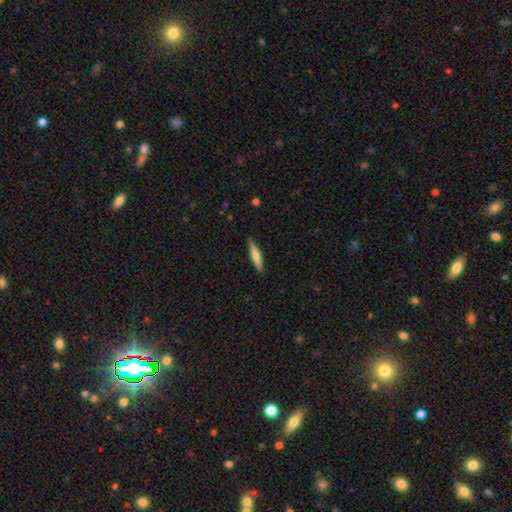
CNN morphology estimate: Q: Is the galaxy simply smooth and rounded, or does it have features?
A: smooth — 70%.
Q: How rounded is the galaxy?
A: cigar-shaped — 90%.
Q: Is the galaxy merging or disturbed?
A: none — 88%.